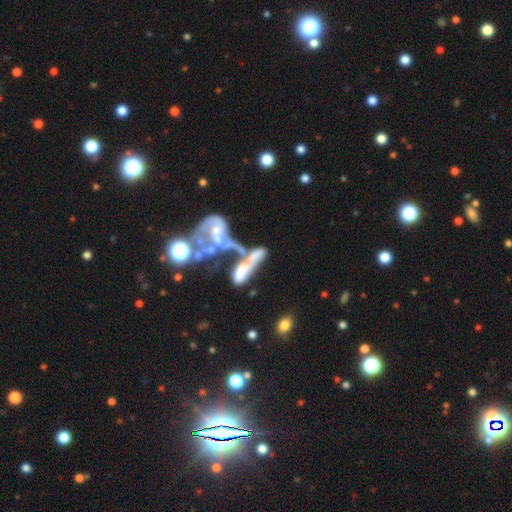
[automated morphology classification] This appears to be a featured or disk galaxy (54%). Merging: merger (70%).